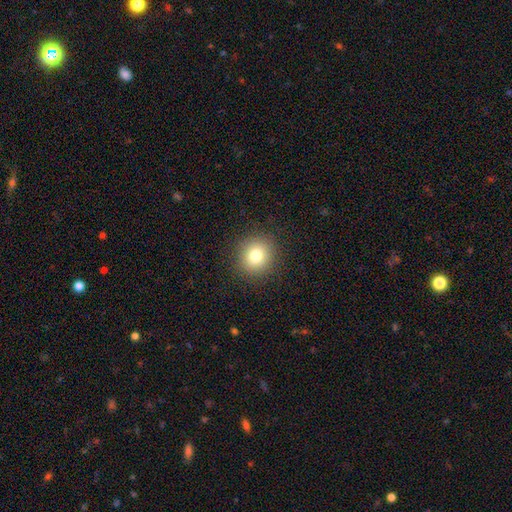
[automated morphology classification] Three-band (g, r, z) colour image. It shows a smooth galaxy with no disk features (79%) that is round (87%). Merging: none (90%).